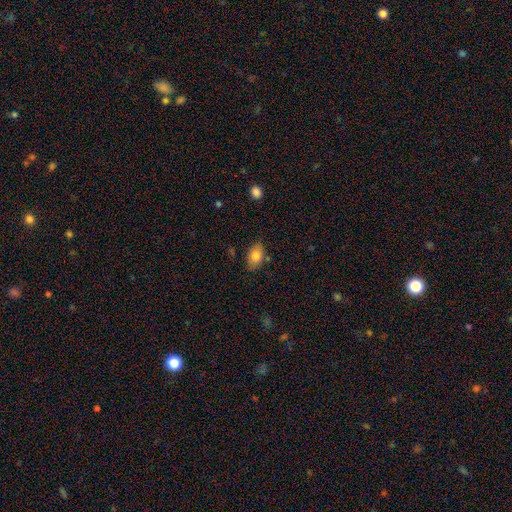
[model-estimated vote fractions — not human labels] smooth-or-featured: smooth: 81% | featured or disk: 11% | star or artifact: 8%
  how-rounded: in between: 84% | round: 14% | cigar-shaped: 2%
  merging: none: 78% | minor disturbance: 16% | major disturbance: 3% | merger: 2%